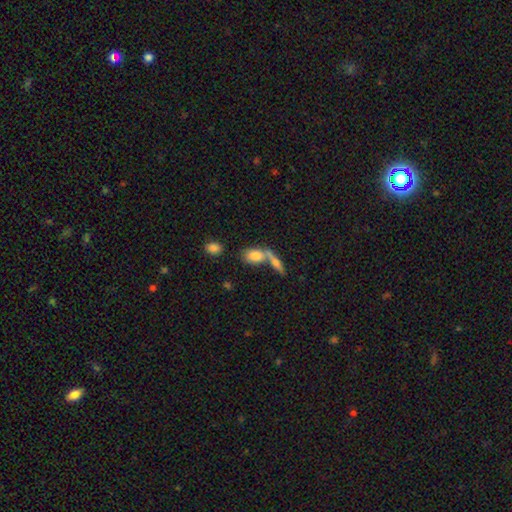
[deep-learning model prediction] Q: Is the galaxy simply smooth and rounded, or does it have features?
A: smooth — 76%.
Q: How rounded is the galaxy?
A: in between — 84%.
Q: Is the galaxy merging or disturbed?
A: merger — 49%.